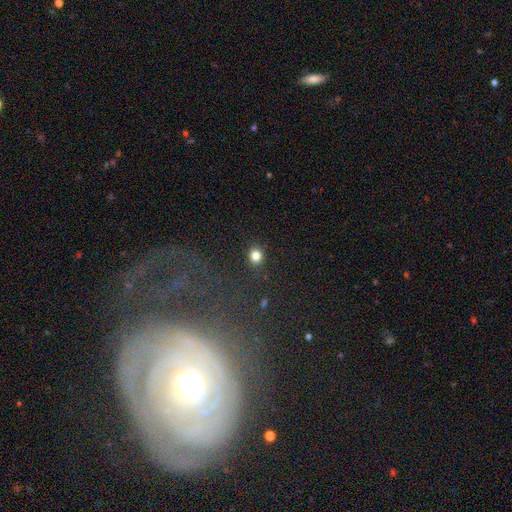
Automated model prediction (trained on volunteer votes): Smooth or featured: smooth — 81% (star or artifact — 13%)
How rounded: round — 74% (in between — 25%)
Merging: none — 89% (minor disturbance — 8%)